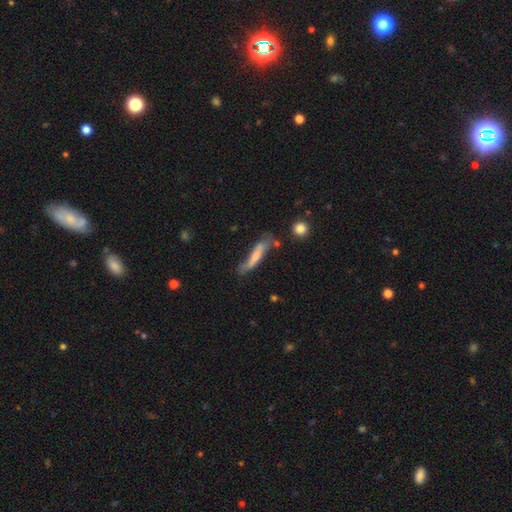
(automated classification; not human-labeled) smooth_or_featured: smooth (p=0.57) [alt: featured or disk p=0.36]
how_rounded: cigar-shaped (p=0.86) [alt: in between p=0.12]
merging: none (p=0.48) [alt: minor disturbance p=0.30]